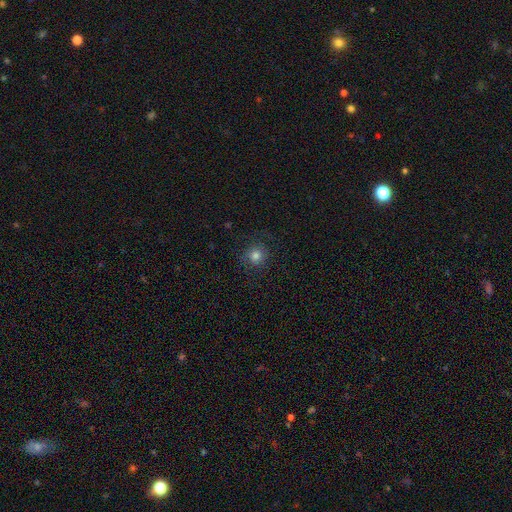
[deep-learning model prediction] smooth 77%, star or artifact 12%, featured or disk 11%. Down the decision tree: how rounded — round (90%); merging — none (81%).